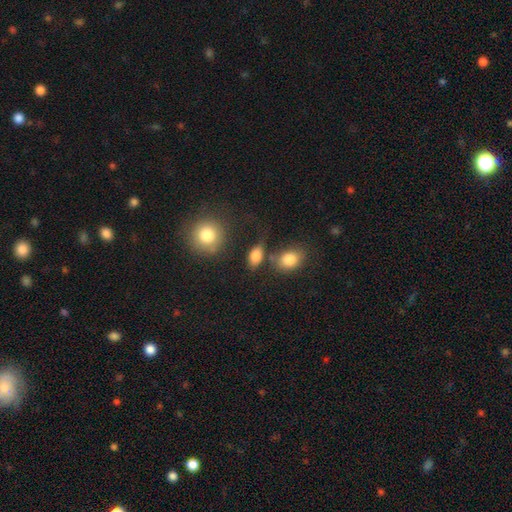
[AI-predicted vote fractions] Smooth or featured?
  - smooth: 84% *
  - star or artifact: 9%
  - featured or disk: 7%
How rounded?
  - in between: 84% *
  - round: 13%
  - cigar-shaped: 3%
Merging?
  - none: 59% *
  - minor disturbance: 18%
  - merger: 15%
  - major disturbance: 9%